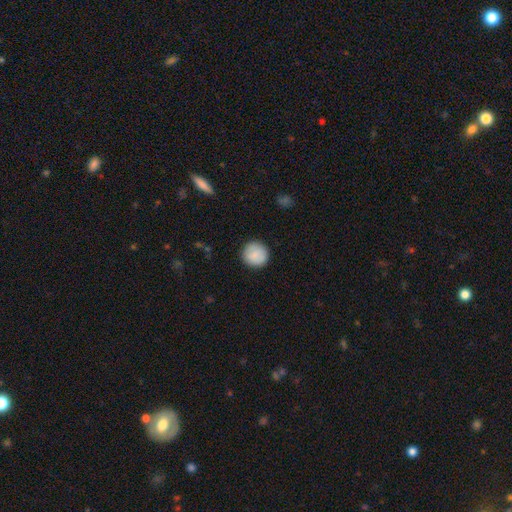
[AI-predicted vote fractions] smooth-or-featured: smooth: 87% | star or artifact: 7% | featured or disk: 6%
  how-rounded: round: 95% | in between: 4% | cigar-shaped: 1%
  merging: none: 90% | minor disturbance: 7% | major disturbance: 2% | merger: 1%